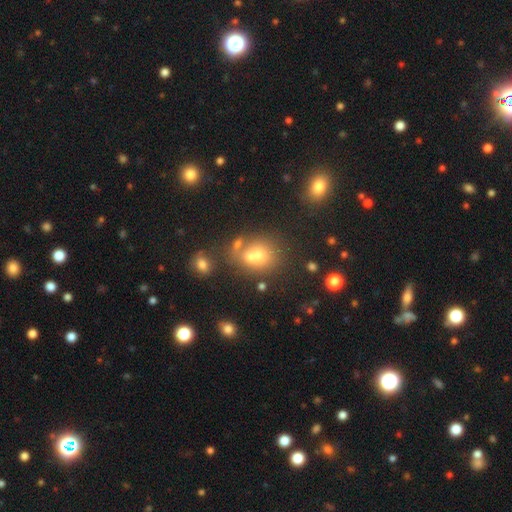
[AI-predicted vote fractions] A smooth galaxy with no disk features (67%) that is round (58%).

Vote fractions:
- Smooth or featured? smooth: 67% / featured or disk: 18% / star or artifact: 15%
- How rounded? round: 58% / in between: 40% / cigar-shaped: 1%
- Merging? merger: 45% / none: 37% / minor disturbance: 12% / major disturbance: 7%